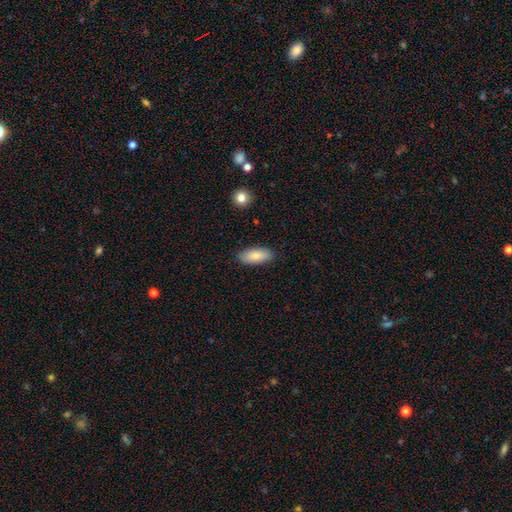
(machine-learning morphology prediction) Smooth or featured?
  - smooth: 86% *
  - featured or disk: 8%
  - star or artifact: 6%
How rounded?
  - in between: 85% *
  - cigar-shaped: 13%
  - round: 2%
Merging?
  - none: 87% *
  - minor disturbance: 10%
  - major disturbance: 2%
  - merger: 1%